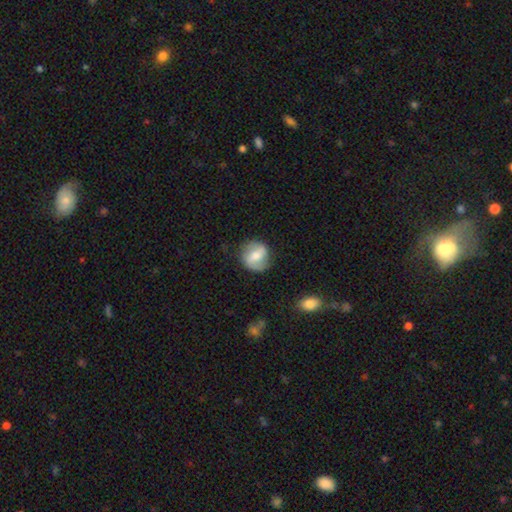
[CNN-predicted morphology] Smooth or featured? featured or disk (56%)
Edge-on disk? no (96%)
Bar? weak (45%)
Spiral arms? yes (82%)
Bulge size? moderate (59%)
Merging? none (81%)